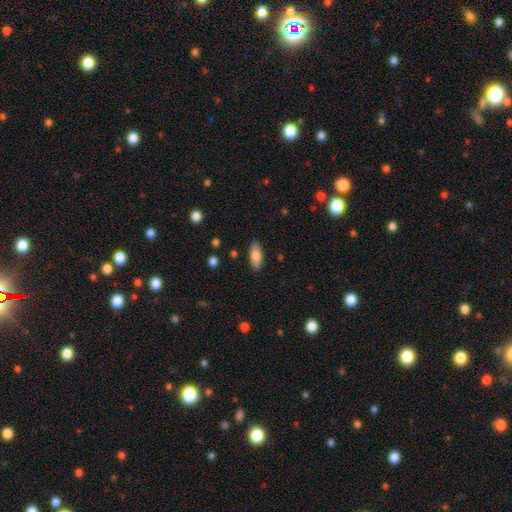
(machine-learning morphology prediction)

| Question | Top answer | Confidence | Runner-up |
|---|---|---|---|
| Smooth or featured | smooth | 79% | featured or disk (14%) |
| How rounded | in between | 78% | cigar-shaped (20%) |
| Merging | none | 88% | minor disturbance (9%) |